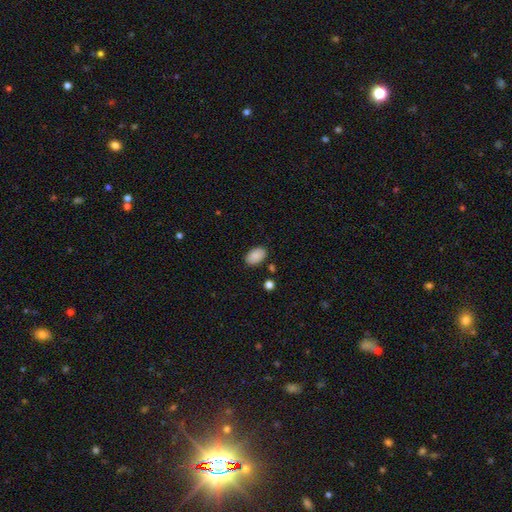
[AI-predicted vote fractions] Smooth or featured?
  - smooth: 89% *
  - star or artifact: 7%
  - featured or disk: 4%
How rounded?
  - in between: 93% *
  - round: 6%
  - cigar-shaped: 1%
Merging?
  - none: 85% *
  - minor disturbance: 10%
  - major disturbance: 3%
  - merger: 2%